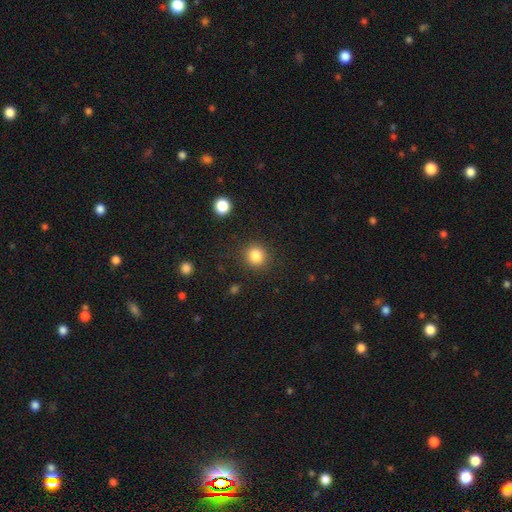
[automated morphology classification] Smooth or featured?
  - smooth: 84% *
  - star or artifact: 11%
  - featured or disk: 5%
How rounded?
  - round: 90% *
  - in between: 9%
  - cigar-shaped: 1%
Merging?
  - none: 89% *
  - minor disturbance: 7%
  - major disturbance: 3%
  - merger: 2%